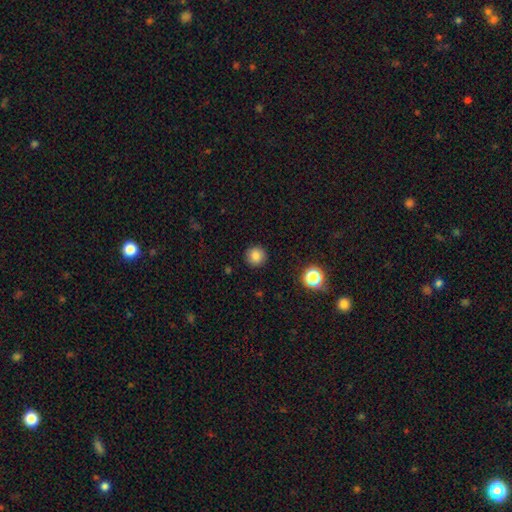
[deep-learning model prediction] Smooth or featured: smooth — 82% (star or artifact — 12%)
How rounded: round — 95% (in between — 4%)
Merging: none — 92% (minor disturbance — 5%)